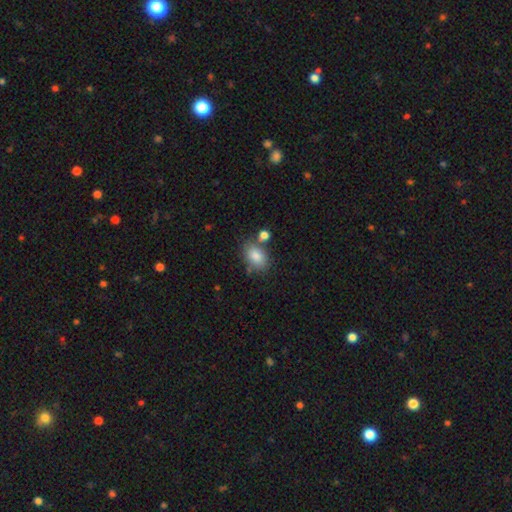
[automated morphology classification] type=smooth (83%); roundness=in between (82%); merging=none (64%).